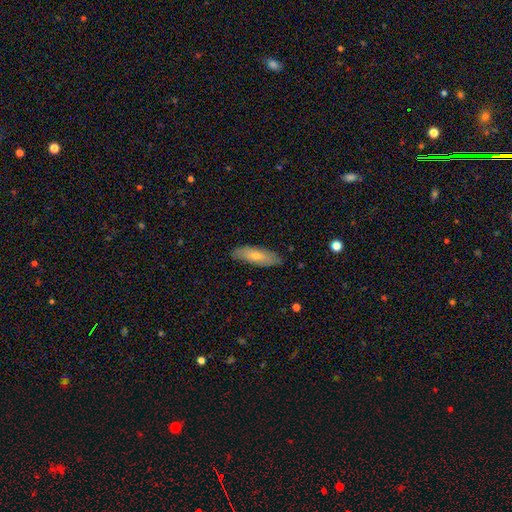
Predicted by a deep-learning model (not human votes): Overall: smooth (56%; featured or disk 37%). How rounded: cigar-shaped (52%; in between 46%). Merging: none (85%).